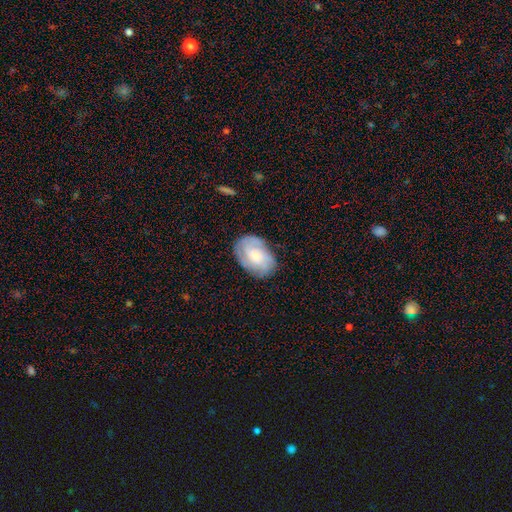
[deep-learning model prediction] This appears to be a featured or disk galaxy (54%) with no bar (71%), spiral arms (83%) and a moderate central bulge (38%). Merging: none (75%).